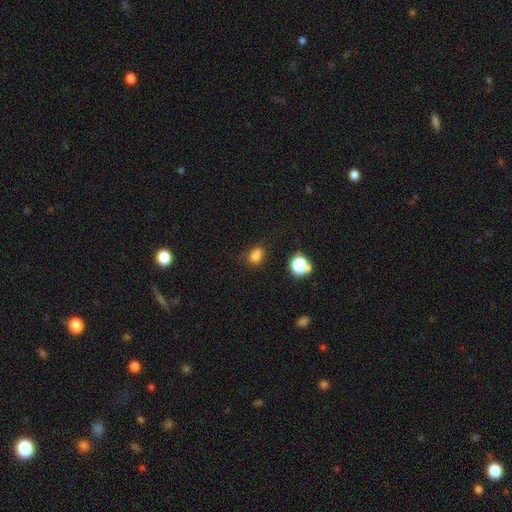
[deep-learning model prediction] Smooth or featured?
  - smooth: 77% *
  - star or artifact: 17%
  - featured or disk: 6%
How rounded?
  - in between: 51% *
  - round: 48%
  - cigar-shaped: 1%
Merging?
  - none: 62% *
  - minor disturbance: 23%
  - merger: 9%
  - major disturbance: 7%